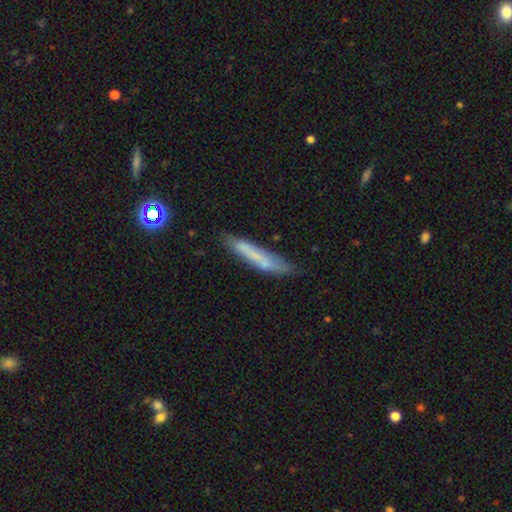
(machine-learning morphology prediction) smooth-or-featured: smooth: 57% | featured or disk: 34% | star or artifact: 8%
  how-rounded: cigar-shaped: 91% | in between: 8% | round: 2%
  merging: none: 68% | minor disturbance: 22% | major disturbance: 6% | merger: 4%